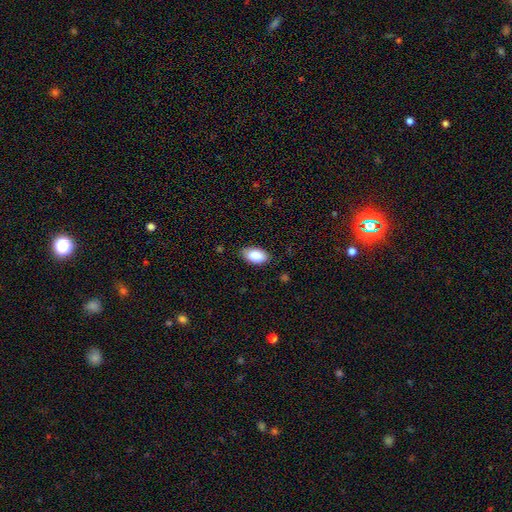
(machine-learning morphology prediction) smooth-or-featured: smooth: 87% | featured or disk: 6% | star or artifact: 6%
  how-rounded: in between: 95% | round: 4% | cigar-shaped: 2%
  merging: none: 81% | minor disturbance: 15% | major disturbance: 3% | merger: 1%